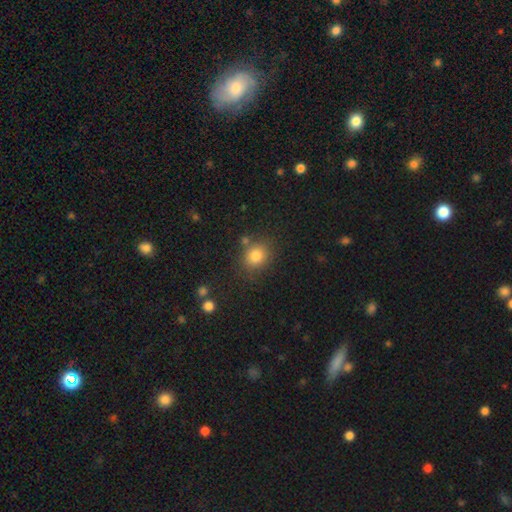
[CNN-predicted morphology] Smooth or featured: smooth — 81% (star or artifact — 12%)
How rounded: round — 69% (in between — 30%)
Merging: none — 77% (minor disturbance — 12%)